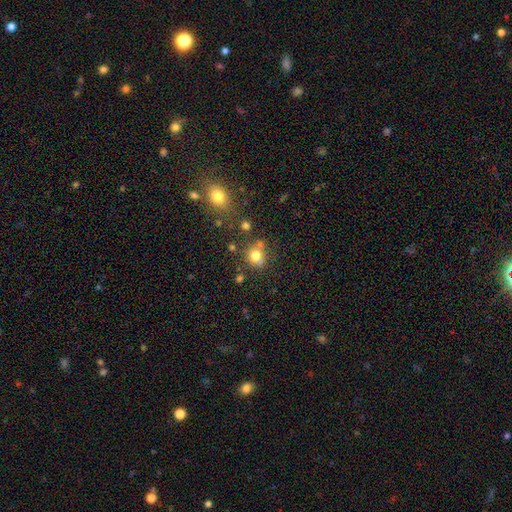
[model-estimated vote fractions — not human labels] Morphology: type=smooth (76%); roundness=round (84%); merging=none (67%).